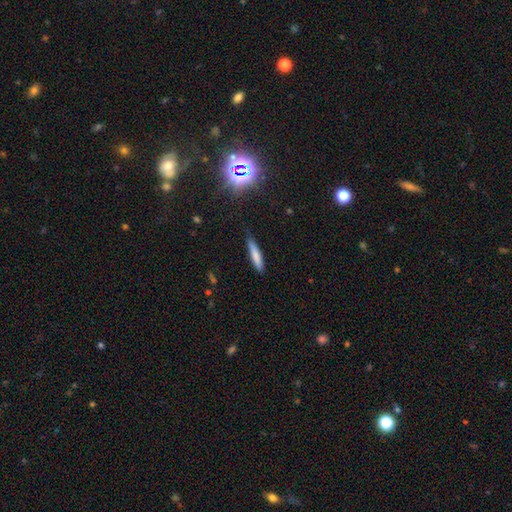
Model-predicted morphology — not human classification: smooth_or_featured: smooth (p=0.77) [alt: featured or disk p=0.15]
how_rounded: cigar-shaped (p=0.88) [alt: in between p=0.11]
merging: none (p=0.77) [alt: minor disturbance p=0.19]